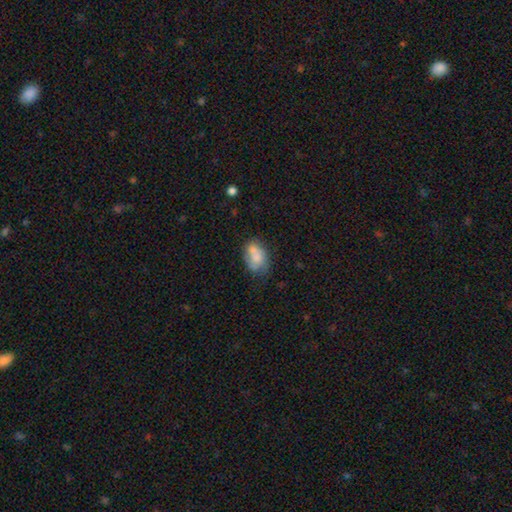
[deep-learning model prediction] Smooth or featured? Predicted: smooth (p=0.67). How rounded? Predicted: in between (p=0.83). Merging? Predicted: none (p=0.45).